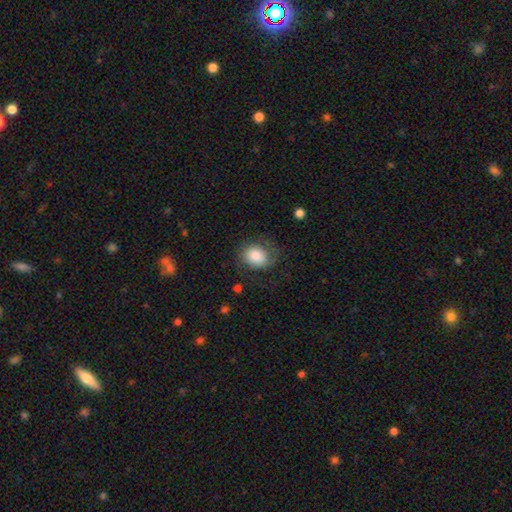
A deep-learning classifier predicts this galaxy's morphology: type=smooth (74%); roundness=round (50%); merging=none (59%).